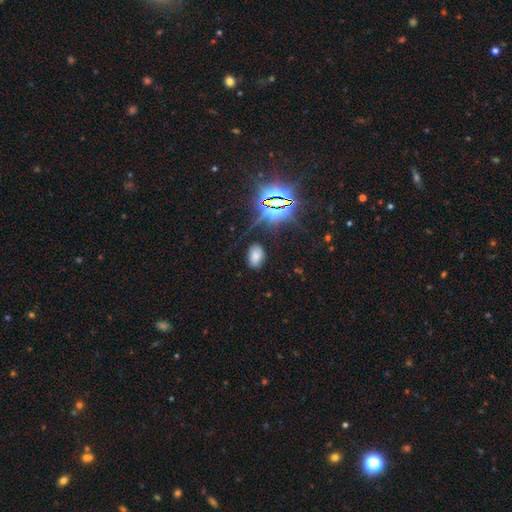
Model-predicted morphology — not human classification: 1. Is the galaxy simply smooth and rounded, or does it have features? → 60% smooth, 28% star or artifact, 12% featured or disk.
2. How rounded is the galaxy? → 89% in between, 10% round, 1% cigar-shaped.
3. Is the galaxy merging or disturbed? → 76% none, 17% minor disturbance, 5% major disturbance, 2% merger.